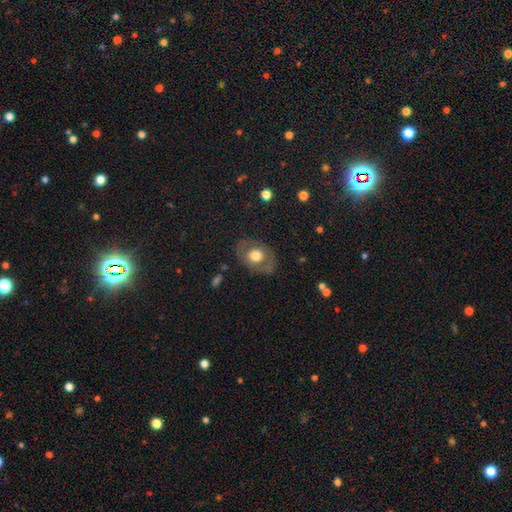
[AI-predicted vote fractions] Overall: smooth (55%; featured or disk 37%). How rounded: in between (63%; round 36%). Merging: none (76%).